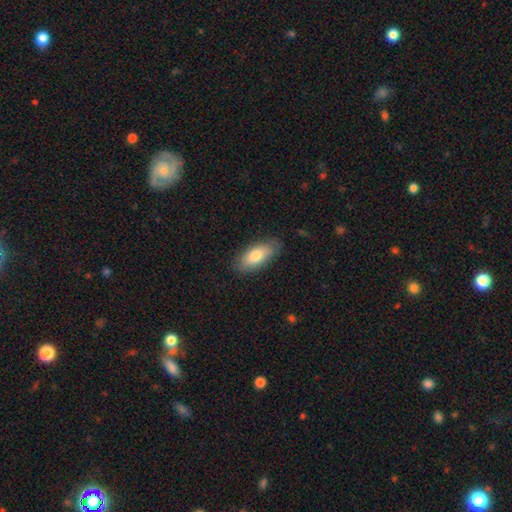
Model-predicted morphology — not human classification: This is likely a smooth galaxy (77%). How rounded: clearly in between (84%). Merging: clearly none (80%).